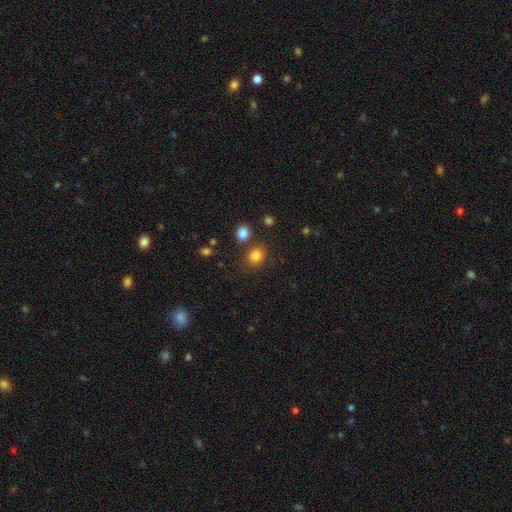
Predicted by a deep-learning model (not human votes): smooth_or_featured: smooth (p=0.82) [alt: star or artifact p=0.12]
how_rounded: round (p=0.70) [alt: in between p=0.29]
merging: none (p=0.75) [alt: merger p=0.12]